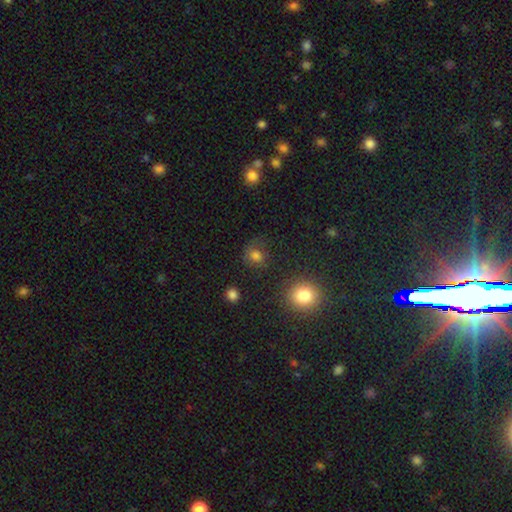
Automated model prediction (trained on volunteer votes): smooth_or_featured: smooth (p=0.69) [alt: star or artifact p=0.20]
how_rounded: round (p=0.65) [alt: in between p=0.34]
merging: none (p=0.62) [alt: minor disturbance p=0.20]